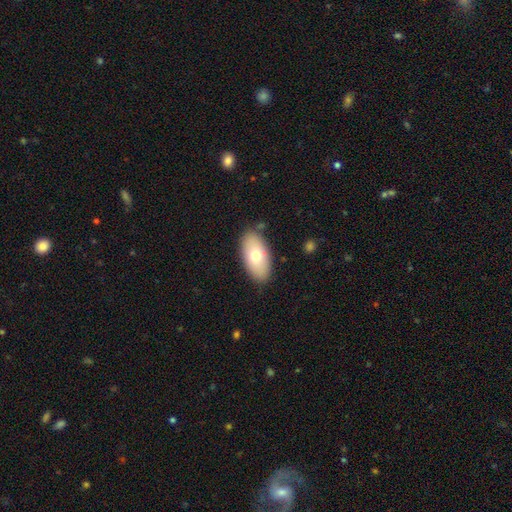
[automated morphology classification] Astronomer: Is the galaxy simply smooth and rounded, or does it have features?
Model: smooth — 69%.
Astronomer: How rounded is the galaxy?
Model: in between — 94%.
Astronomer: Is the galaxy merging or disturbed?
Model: none — 85%.